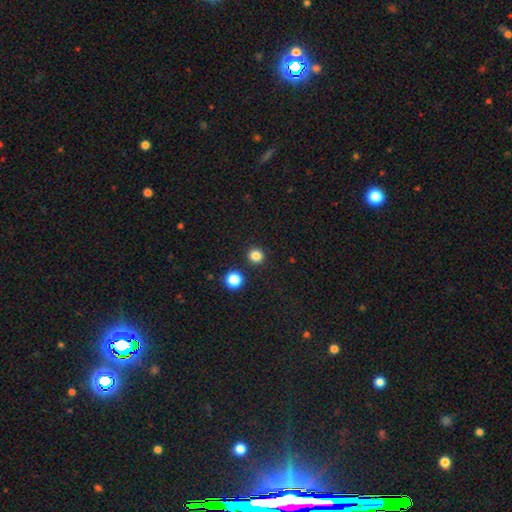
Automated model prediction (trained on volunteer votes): A smooth galaxy with no disk features (82%) that is round (94%). Merging: none (91%).